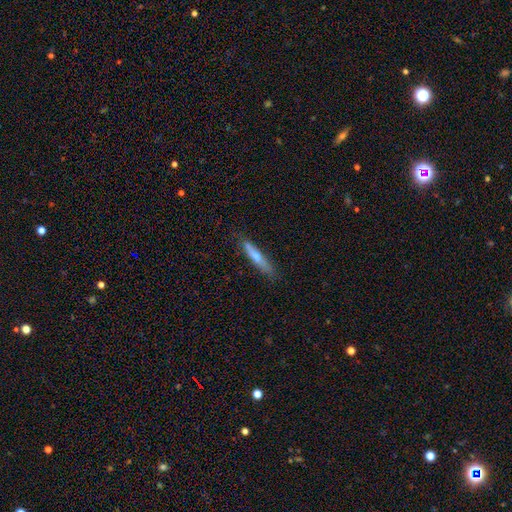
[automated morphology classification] smooth-or-featured: smooth: 52% | featured or disk: 42% | star or artifact: 6%
  how-rounded: cigar-shaped: 91% | in between: 8% | round: 2%
  merging: none: 81% | minor disturbance: 15% | major disturbance: 2% | merger: 1%